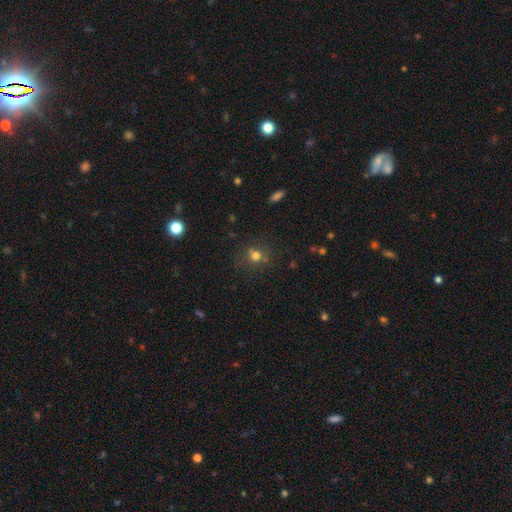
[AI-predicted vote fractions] Q: Smooth or featured?
A: smooth (69%); runner-up: star or artifact (19%)
Q: How rounded?
A: round (77%); runner-up: in between (22%)
Q: Merging?
A: none (74%); runner-up: minor disturbance (14%)